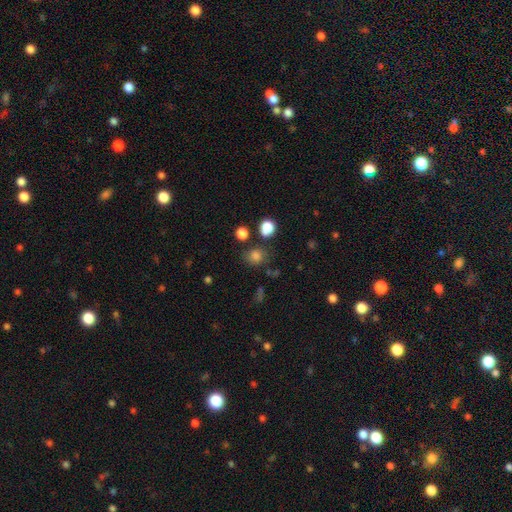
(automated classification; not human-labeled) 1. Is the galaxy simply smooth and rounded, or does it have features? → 79% smooth, 15% star or artifact, 6% featured or disk.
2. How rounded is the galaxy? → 72% round, 27% in between, 1% cigar-shaped.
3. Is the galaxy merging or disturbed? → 74% none, 14% minor disturbance, 7% merger, 5% major disturbance.